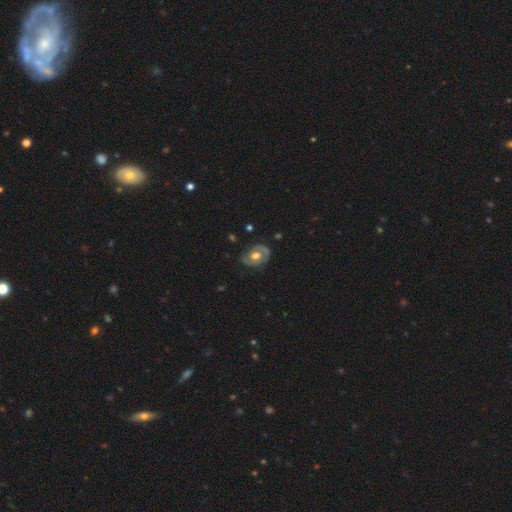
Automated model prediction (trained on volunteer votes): A featured or disk galaxy (70%) with no bar (66%), spiral arms (73%) and a moderate central bulge (63%). Merging: none (75%).